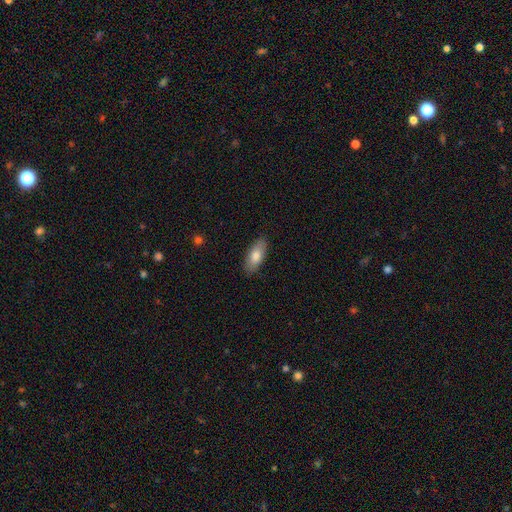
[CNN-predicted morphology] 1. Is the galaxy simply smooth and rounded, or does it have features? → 79% smooth, 15% featured or disk, 6% star or artifact.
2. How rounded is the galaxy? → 81% in between, 17% cigar-shaped, 2% round.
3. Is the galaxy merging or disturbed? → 88% none, 9% minor disturbance, 2% major disturbance, 1% merger.